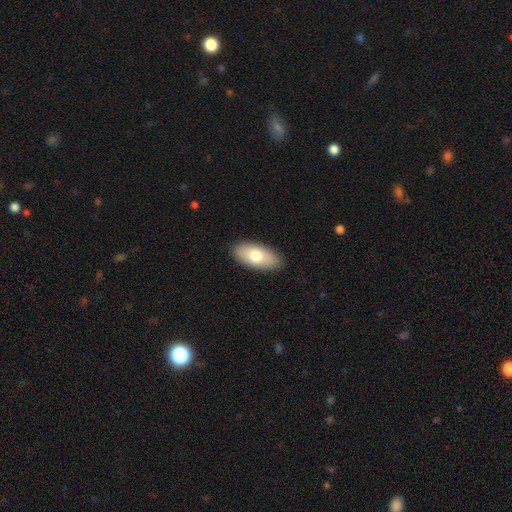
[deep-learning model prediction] This appears to be a smooth galaxy with no disk features (75%) that is in between round and cigar-shaped (91%). Merging: none (88%).